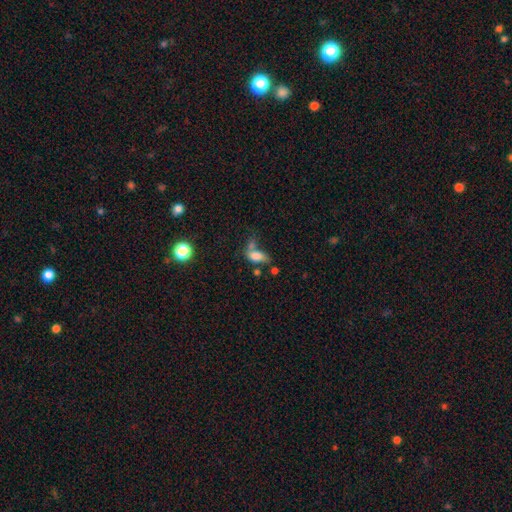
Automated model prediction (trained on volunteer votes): Q: Smooth or featured?
A: smooth (69%); runner-up: featured or disk (18%)
Q: How rounded?
A: in between (84%); runner-up: round (8%)
Q: Merging?
A: merger (37%); runner-up: none (25%)